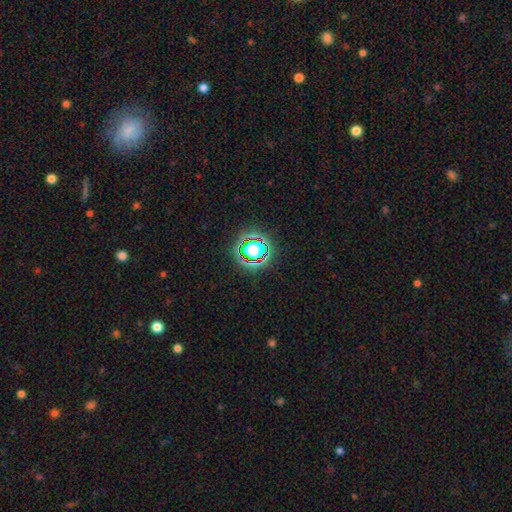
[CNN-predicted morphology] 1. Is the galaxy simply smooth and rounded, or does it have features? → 57% star or artifact, 31% smooth, 12% featured or disk.